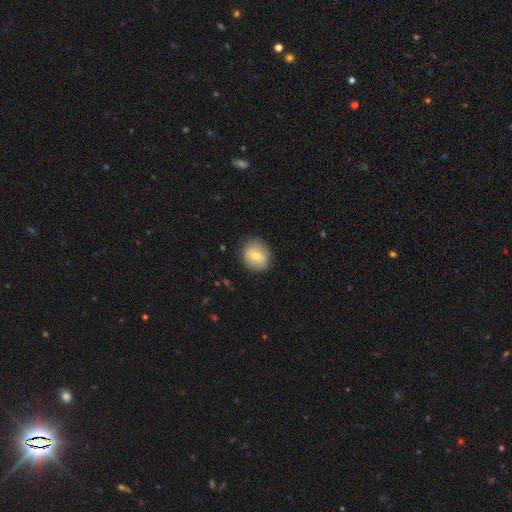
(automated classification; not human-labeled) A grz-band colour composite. It shows a smooth galaxy with no disk features (61%) that is round (70%). Merging: none (84%).